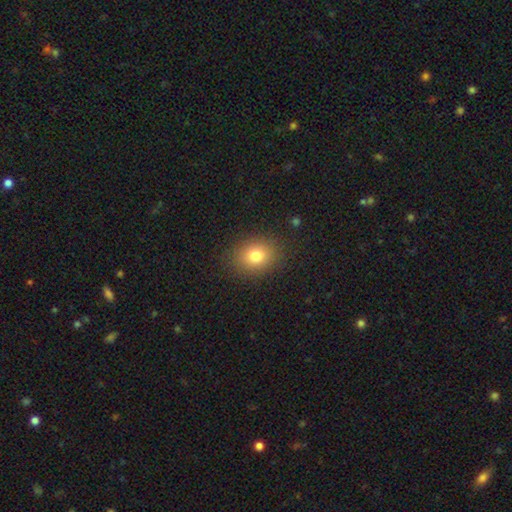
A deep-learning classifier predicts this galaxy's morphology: A smooth galaxy with no disk features (79%) that is round (53%).

Vote fractions:
- Smooth or featured? smooth: 79% / star or artifact: 12% / featured or disk: 9%
- How rounded? round: 53% / in between: 46% / cigar-shaped: 1%
- Merging? none: 87% / minor disturbance: 9% / major disturbance: 3% / merger: 1%